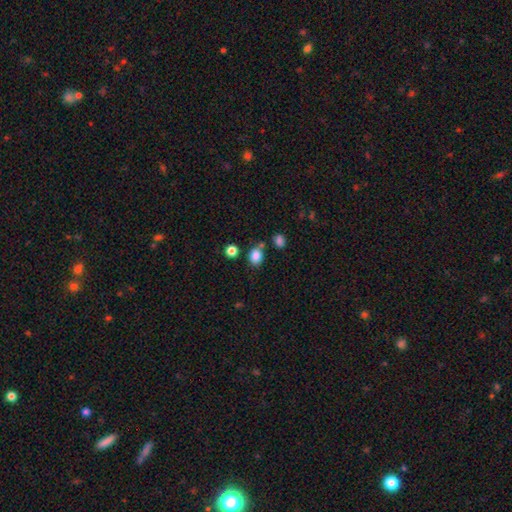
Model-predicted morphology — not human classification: Q: Smooth or featured?
A: smooth (84%); runner-up: star or artifact (11%)
Q: How rounded?
A: in between (54%); runner-up: round (45%)
Q: Merging?
A: none (72%); runner-up: minor disturbance (13%)